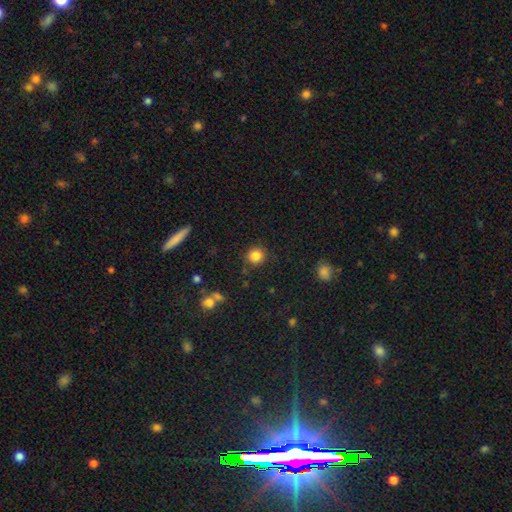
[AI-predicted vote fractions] Morphology: type=smooth (84%); roundness=round (90%); merging=none (86%).